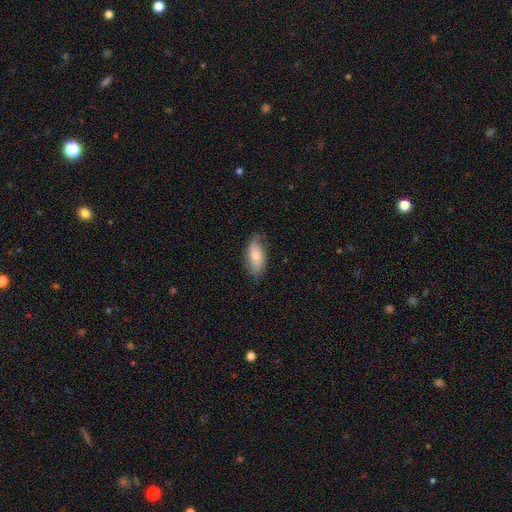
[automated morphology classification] smooth 70%, featured or disk 24%, star or artifact 6%. Down the decision tree: how rounded — in between (88%); merging — none (72%).